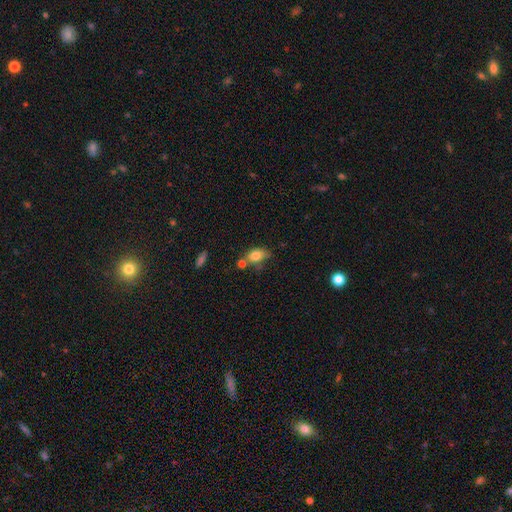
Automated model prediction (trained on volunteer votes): Morphology: type=smooth (81%); roundness=in between (81%); merging=none (51%).